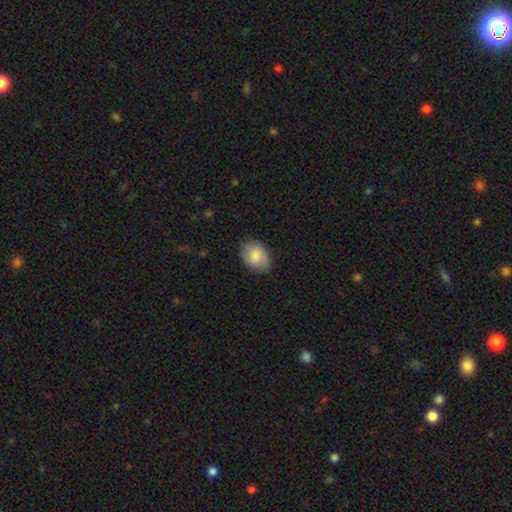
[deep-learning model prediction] smooth_or_featured: smooth (p=0.82) [alt: featured or disk p=0.12]
how_rounded: in between (p=0.76) [alt: round p=0.23]
merging: none (p=0.82) [alt: minor disturbance p=0.14]